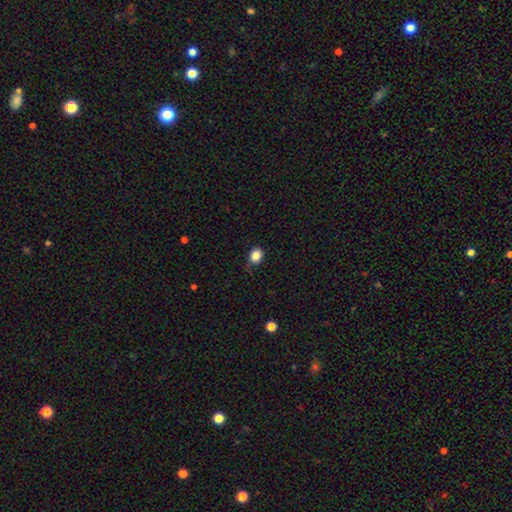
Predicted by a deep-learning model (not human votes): smooth-or-featured: smooth: 86% | star or artifact: 10% | featured or disk: 4%
  how-rounded: round: 56% | in between: 43% | cigar-shaped: 1%
  merging: none: 80% | minor disturbance: 15% | major disturbance: 3% | merger: 1%